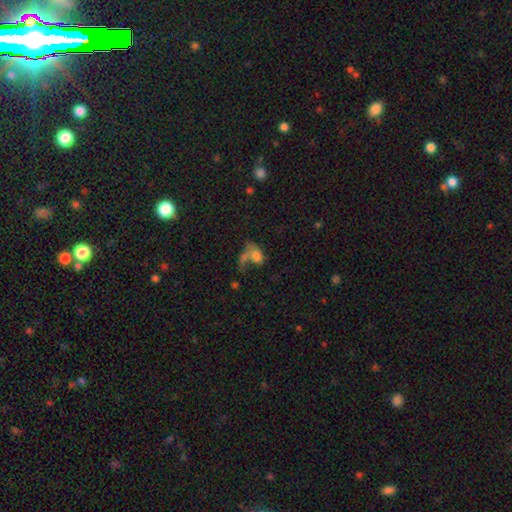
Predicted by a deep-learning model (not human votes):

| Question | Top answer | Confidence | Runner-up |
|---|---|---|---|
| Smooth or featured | smooth | 58% | featured or disk (29%) |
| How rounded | in between | 73% | round (24%) |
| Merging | merger | 42% | major disturbance (29%) |